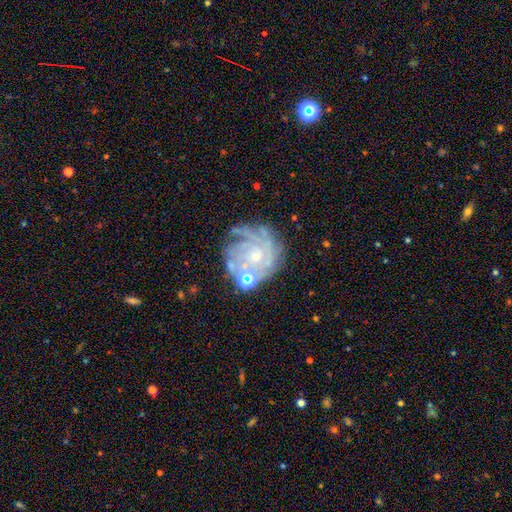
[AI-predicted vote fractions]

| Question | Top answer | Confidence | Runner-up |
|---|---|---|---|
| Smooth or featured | featured or disk | 79% | star or artifact (11%) |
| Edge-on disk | no | 98% | yes (2%) |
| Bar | no | 81% | weak (16%) |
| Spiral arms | yes | 92% | no (8%) |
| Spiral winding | tight | 68% | medium (24%) |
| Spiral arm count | can't tell | 33% | 4 (21%) |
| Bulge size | small | 75% | moderate (17%) |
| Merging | none | 62% | minor disturbance (20%) |